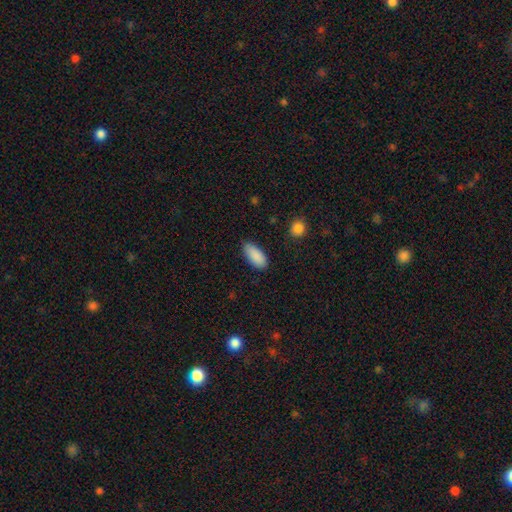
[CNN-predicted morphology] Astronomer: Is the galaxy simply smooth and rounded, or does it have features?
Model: smooth — 90%.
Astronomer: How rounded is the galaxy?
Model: in between — 89%.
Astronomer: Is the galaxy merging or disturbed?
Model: none — 83%.